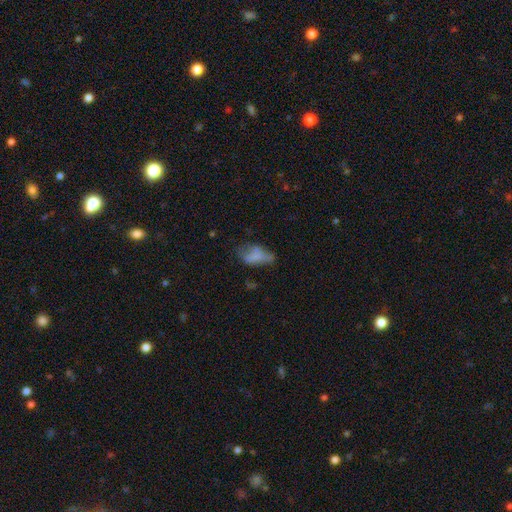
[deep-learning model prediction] This is likely a smooth galaxy (61%). How rounded: clearly in between (88%). Merging: marginally none (33%).